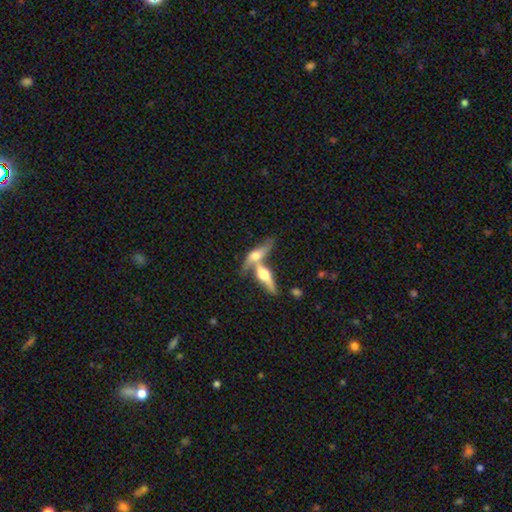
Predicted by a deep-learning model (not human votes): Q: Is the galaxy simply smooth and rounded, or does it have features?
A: featured or disk — 57%.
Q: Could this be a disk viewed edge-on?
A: yes — 78%.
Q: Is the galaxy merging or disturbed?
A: merger — 64%.